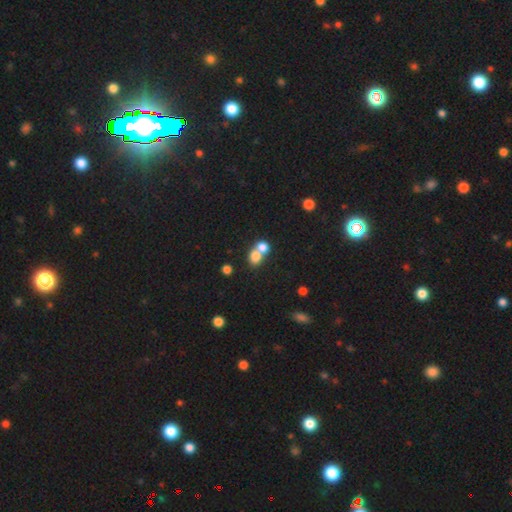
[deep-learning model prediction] A smooth galaxy with no disk features (77%) that is round (66%). Merging: merger (63%).